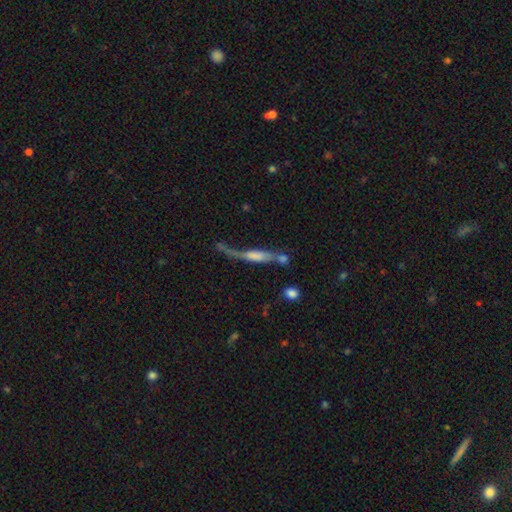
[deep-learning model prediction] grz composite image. It shows a featured or disk galaxy (50%) viewed edge-on (62%). Merging: none (30%).